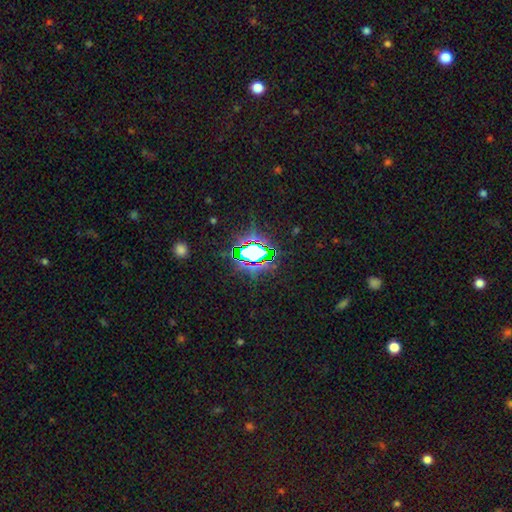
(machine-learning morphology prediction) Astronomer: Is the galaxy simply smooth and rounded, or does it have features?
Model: star or artifact — 72%.